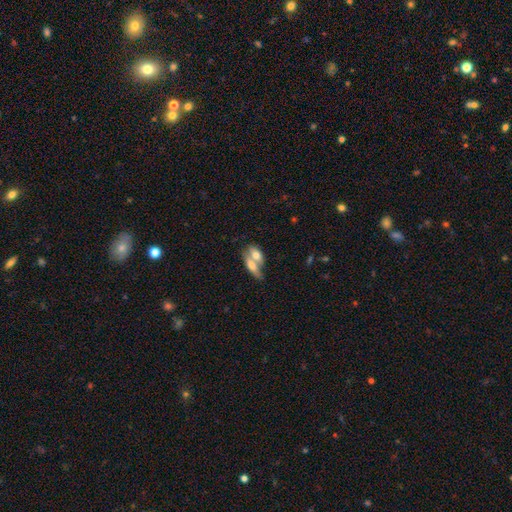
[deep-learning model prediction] A smooth galaxy with no disk features (63%) that is in between round and cigar-shaped (78%). Merging: merger (68%).